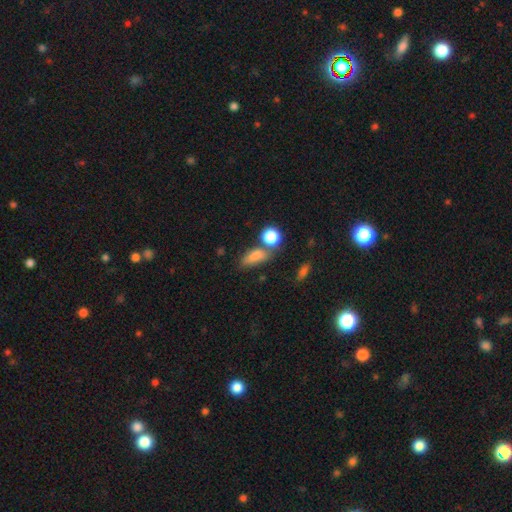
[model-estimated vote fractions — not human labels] A smooth galaxy with no disk features (79%) that is in between round and cigar-shaped (65%). Merging: none (48%).